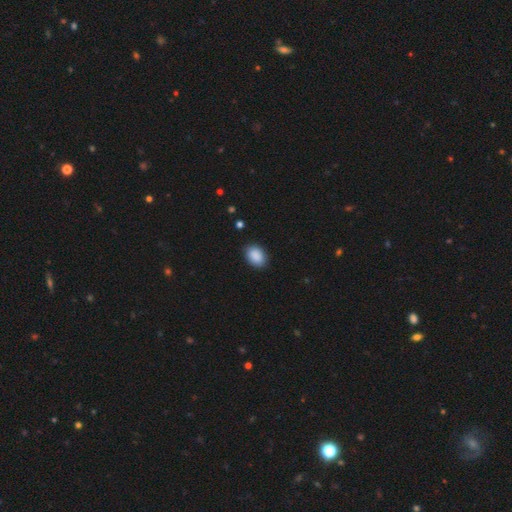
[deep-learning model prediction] Smooth or featured?
  - smooth: 90% *
  - star or artifact: 7%
  - featured or disk: 3%
How rounded?
  - in between: 79% *
  - round: 20%
  - cigar-shaped: 1%
Merging?
  - none: 86% *
  - minor disturbance: 11%
  - major disturbance: 2%
  - merger: 1%